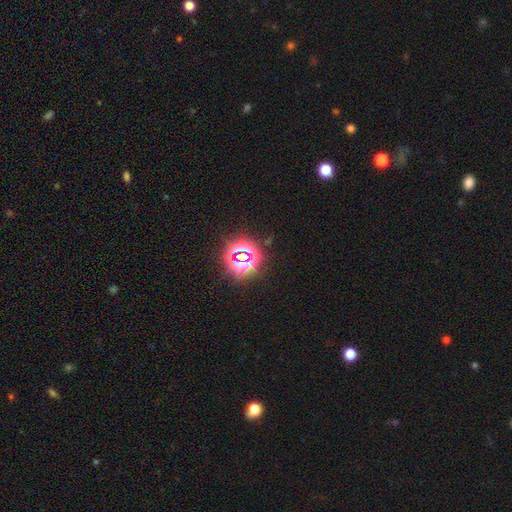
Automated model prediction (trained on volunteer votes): star or artifact 78%, smooth 15%, featured or disk 8%.